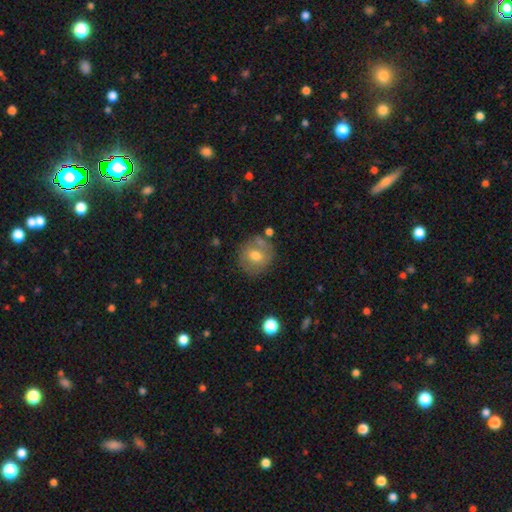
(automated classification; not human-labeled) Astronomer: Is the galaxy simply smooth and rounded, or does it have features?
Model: smooth — 66%.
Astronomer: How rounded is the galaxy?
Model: round — 88%.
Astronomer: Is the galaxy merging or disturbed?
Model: none — 74%.